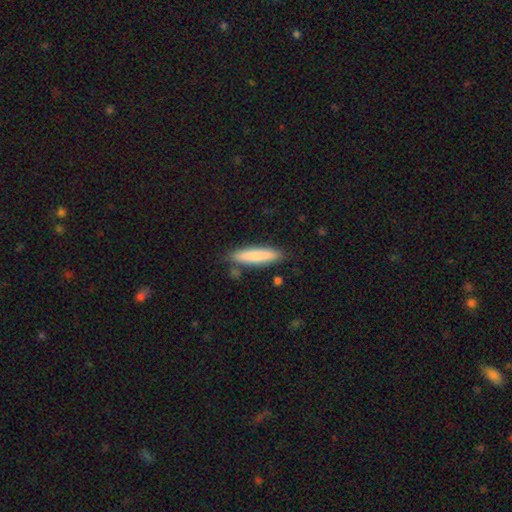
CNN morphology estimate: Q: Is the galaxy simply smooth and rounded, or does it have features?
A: smooth — 81%.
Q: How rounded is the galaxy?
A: cigar-shaped — 82%.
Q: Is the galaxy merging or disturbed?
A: none — 83%.